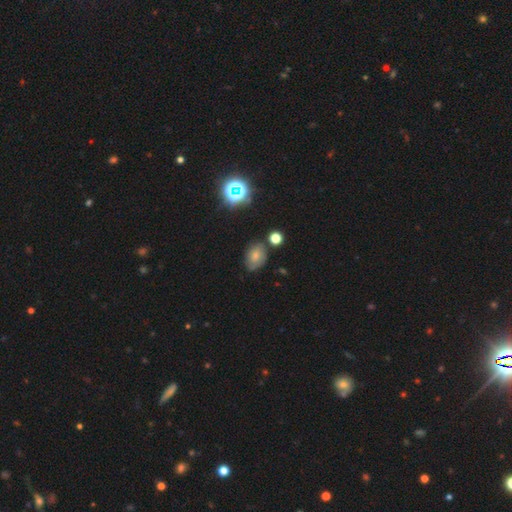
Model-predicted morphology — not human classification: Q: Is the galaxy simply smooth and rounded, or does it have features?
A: smooth — 67%.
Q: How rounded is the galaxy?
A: in between — 76%.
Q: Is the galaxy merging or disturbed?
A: none — 68%.